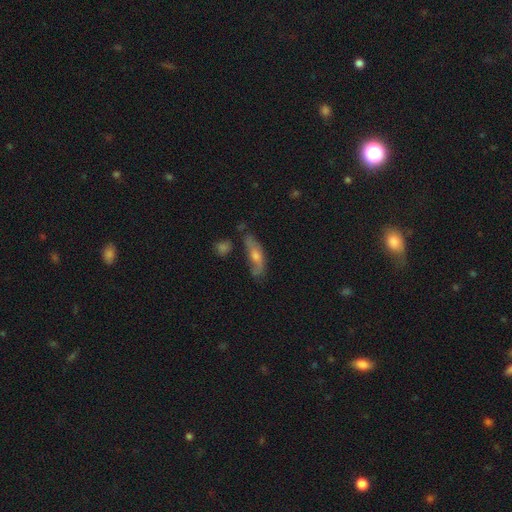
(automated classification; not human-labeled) Morphology: type=featured or disk (49%); merging=none (53%).